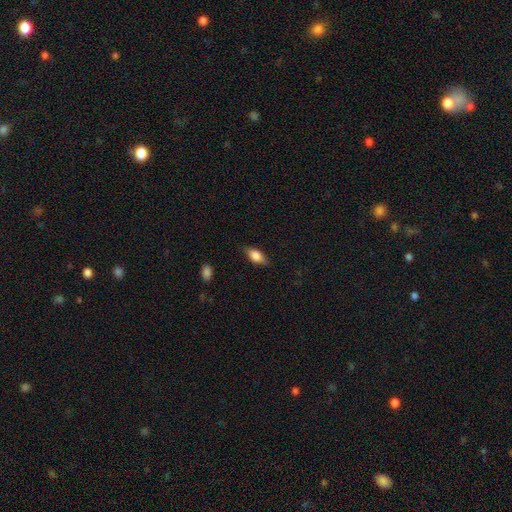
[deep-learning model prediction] Overall: smooth (76%). How rounded: in between (84%). Merging: none (81%).